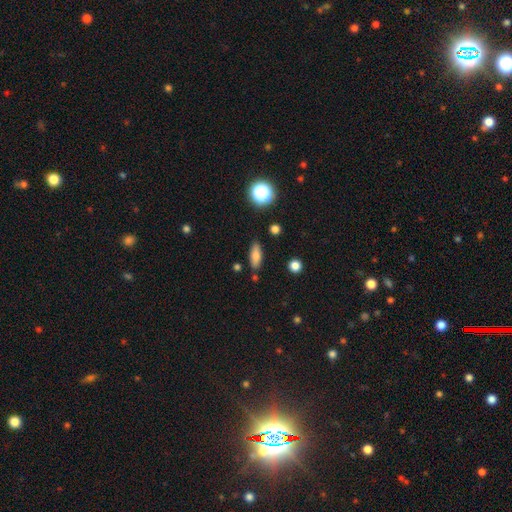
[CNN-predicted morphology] This is likely a smooth galaxy (78%). How rounded: likely in between (65%). Merging: clearly none (83%).